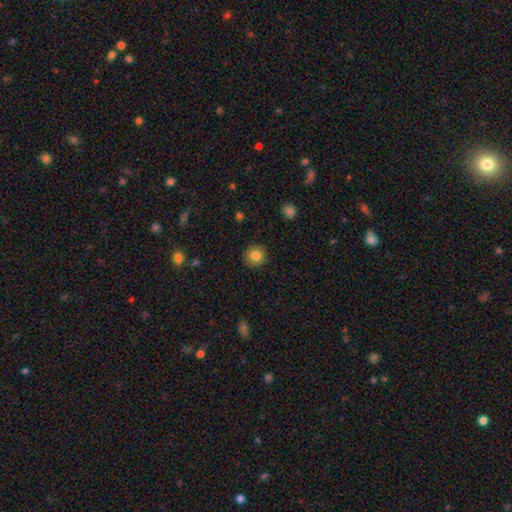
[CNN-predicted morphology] Smooth or featured? Predicted: smooth (p=0.82). How rounded? Predicted: round (p=0.91). Merging? Predicted: none (p=0.90).